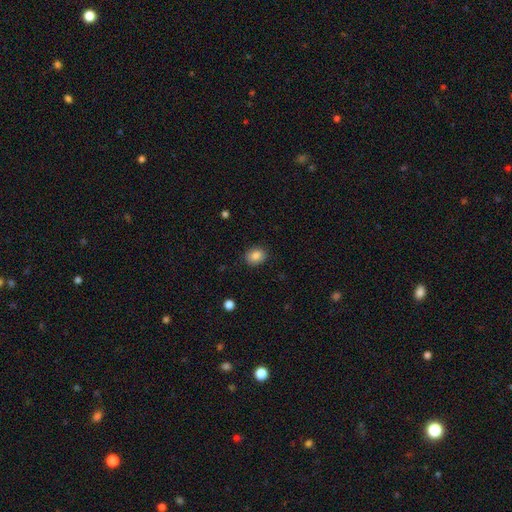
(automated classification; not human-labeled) Smooth or featured? Predicted: smooth (p=0.86). How rounded? Predicted: in between (p=0.52). Merging? Predicted: none (p=0.86).